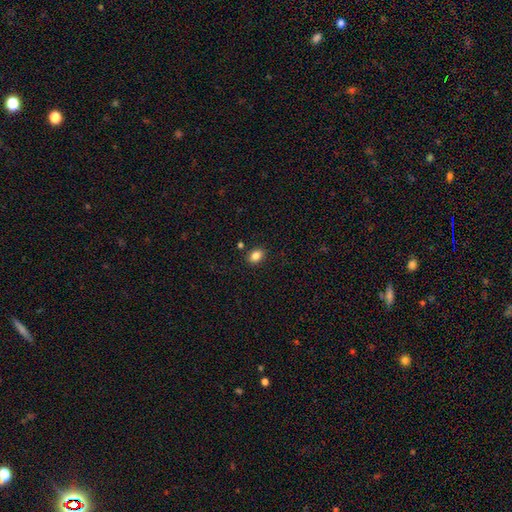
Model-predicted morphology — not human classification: This is clearly a smooth galaxy (84%). How rounded: likely in between (70%). Merging: clearly none (85%).